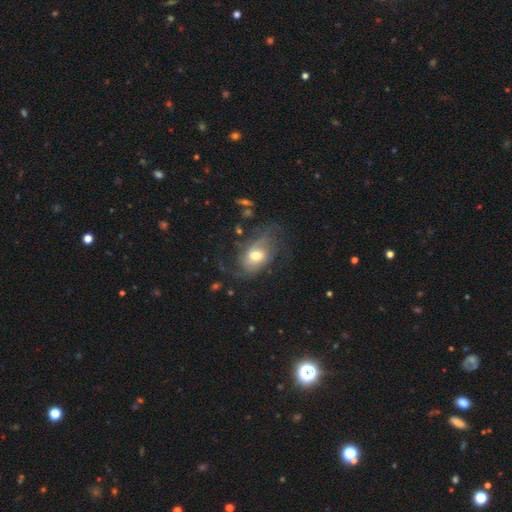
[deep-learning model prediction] The model was most divided on "merging": none: 46%, major disturbance: 30%, minor disturbance: 22%, merger: 2%. More confident: edge-on disk — no (95%); spiral arms — yes (80%); bulge size — moderate (66%); smooth or featured — featured or disk (65%); bar — no (61%).